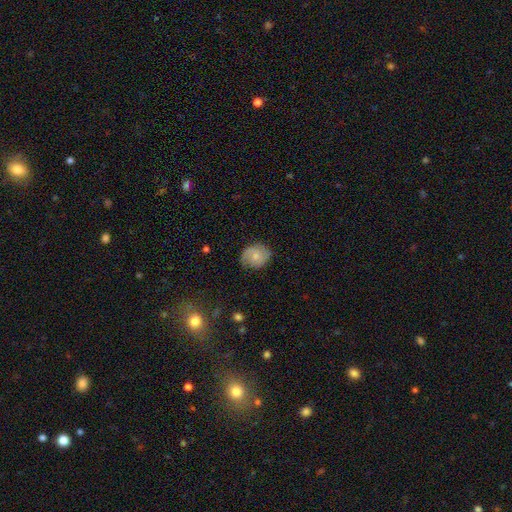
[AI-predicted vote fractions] Morphology: type=smooth (47%); merging=none (75%).